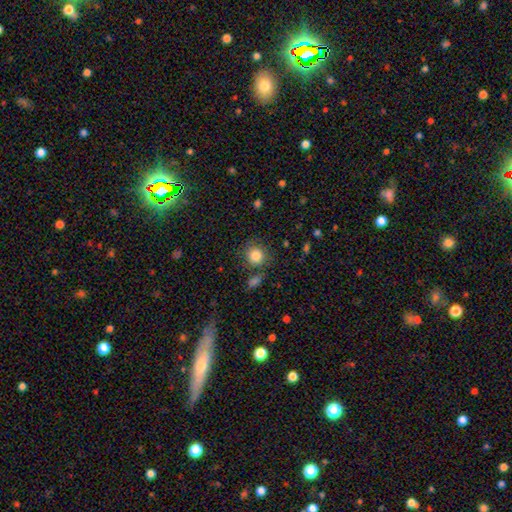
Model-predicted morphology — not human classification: Smooth or featured?
  - smooth: 85% *
  - star or artifact: 9%
  - featured or disk: 6%
How rounded?
  - round: 88% *
  - in between: 11%
  - cigar-shaped: 1%
Merging?
  - none: 76% *
  - minor disturbance: 12%
  - merger: 7%
  - major disturbance: 5%